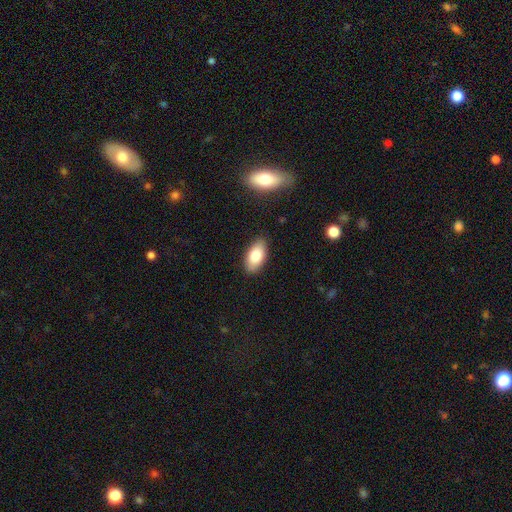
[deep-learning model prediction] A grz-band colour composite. It shows a smooth galaxy with no disk features (82%) that is in between round and cigar-shaped (93%). Merging: none (85%).